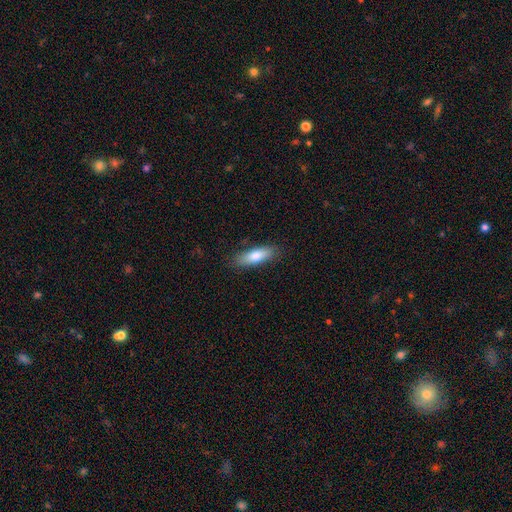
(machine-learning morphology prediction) Smooth or featured? smooth (78%)
How rounded? in between (54%)
Merging? none (84%)